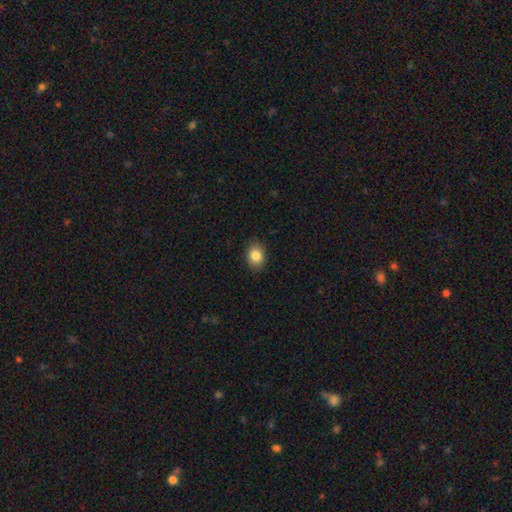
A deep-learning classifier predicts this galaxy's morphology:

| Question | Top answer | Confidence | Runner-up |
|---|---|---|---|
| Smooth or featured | smooth | 85% | star or artifact (9%) |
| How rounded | in between | 59% | round (40%) |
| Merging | none | 88% | minor disturbance (9%) |